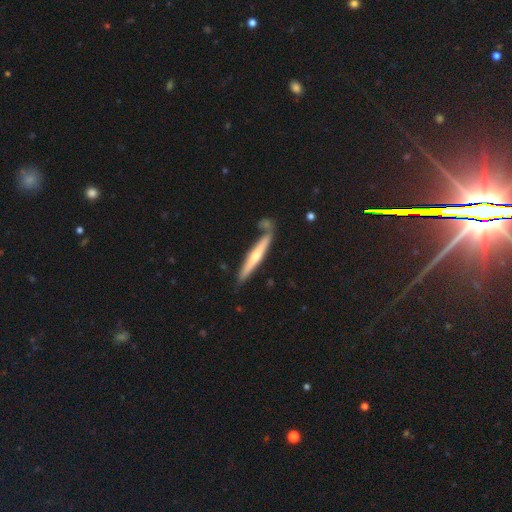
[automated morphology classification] This appears to be a featured or disk galaxy (54%) viewed edge-on (94%) with a rounded central bulge (77%). Merging: none (73%).